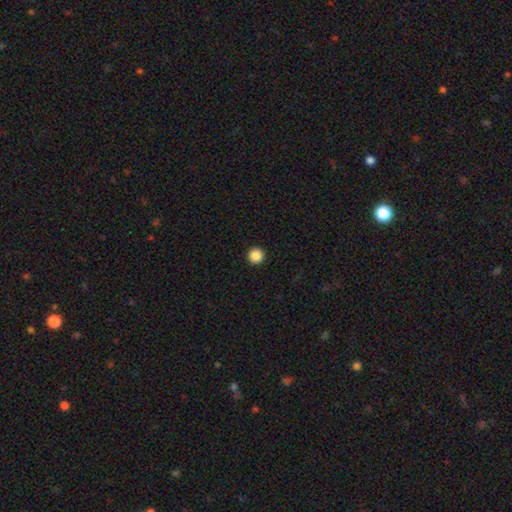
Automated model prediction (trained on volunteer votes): This appears to be a smooth galaxy with no disk features (87%) that is round (97%). Merging: none (94%).